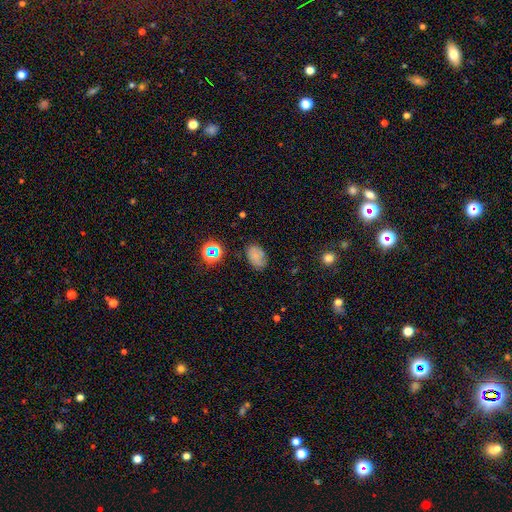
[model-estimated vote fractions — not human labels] Q: Smooth or featured?
A: smooth (64%); runner-up: featured or disk (18%)
Q: How rounded?
A: in between (84%); runner-up: round (15%)
Q: Merging?
A: none (68%); runner-up: minor disturbance (23%)